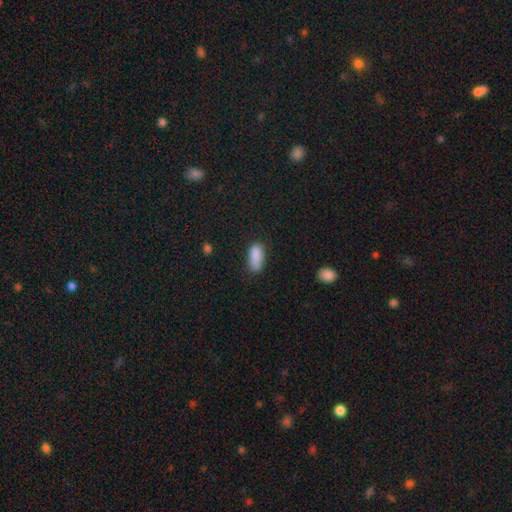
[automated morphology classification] A smooth galaxy with no disk features (87%) that is in between round and cigar-shaped (86%). Merging: none (63%).